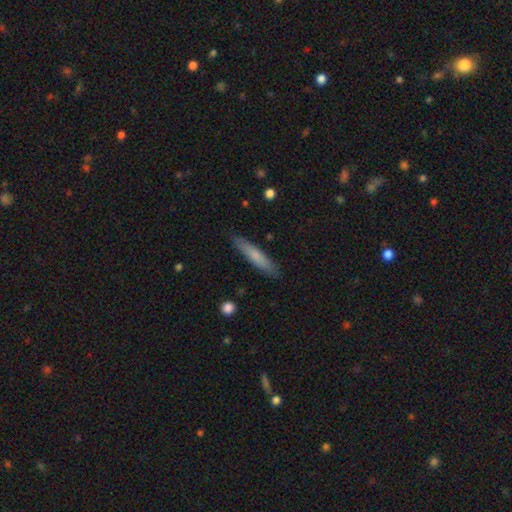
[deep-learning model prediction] Morphology: type=smooth (72%); roundness=cigar-shaped (89%); merging=none (88%).